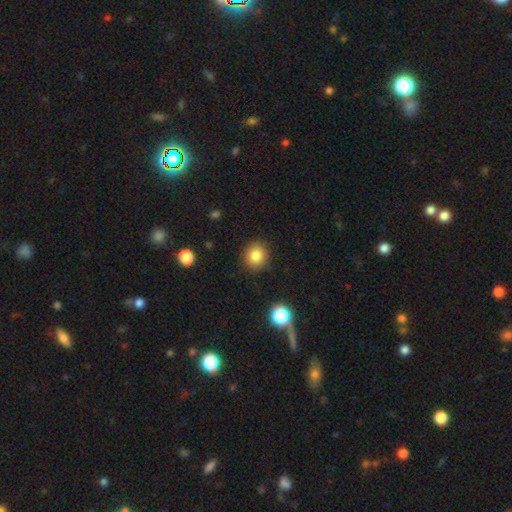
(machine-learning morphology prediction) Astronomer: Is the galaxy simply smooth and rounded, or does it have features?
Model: smooth — 84%.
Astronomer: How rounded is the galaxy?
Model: round — 86%.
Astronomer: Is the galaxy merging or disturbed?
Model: none — 89%.